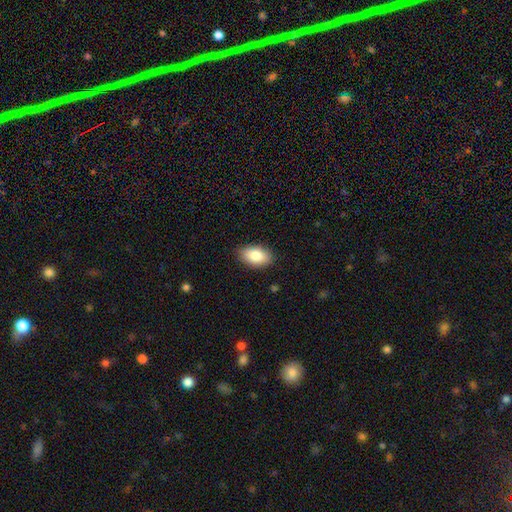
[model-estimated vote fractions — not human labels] Morphology: type=smooth (86%); roundness=in between (92%); merging=none (85%).